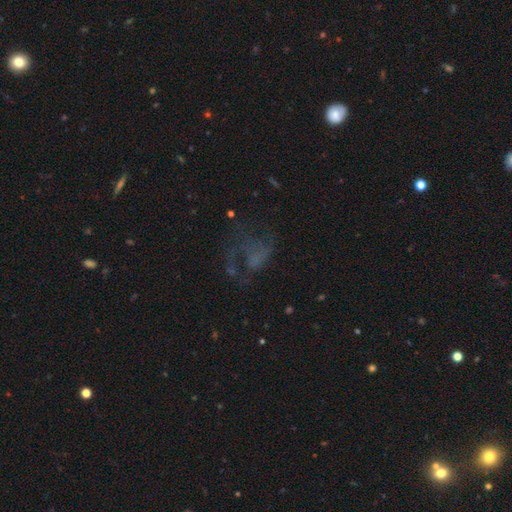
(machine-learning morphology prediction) Smooth or featured?
  - featured or disk: 45% *
  - smooth: 29%
  - star or artifact: 26%
Merging?
  - major disturbance: 47% *
  - none: 34%
  - minor disturbance: 15%
  - merger: 4%